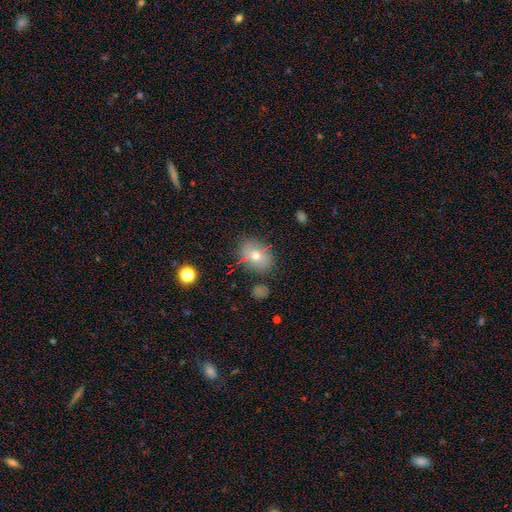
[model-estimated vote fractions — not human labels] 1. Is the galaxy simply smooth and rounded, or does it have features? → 68% smooth, 20% featured or disk, 12% star or artifact.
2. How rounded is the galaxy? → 65% in between, 34% round, 1% cigar-shaped.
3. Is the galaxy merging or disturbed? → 78% none, 15% minor disturbance, 4% major disturbance, 3% merger.